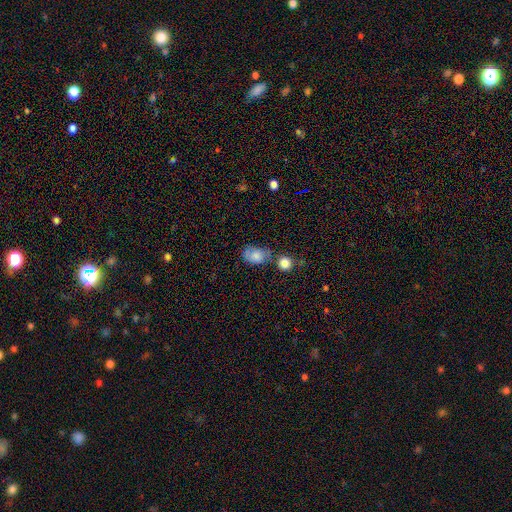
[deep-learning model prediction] smooth_or_featured: smooth (p=0.76) [alt: featured or disk p=0.15]
how_rounded: in between (p=0.70) [alt: round p=0.29]
merging: none (p=0.46) [alt: minor disturbance p=0.27]